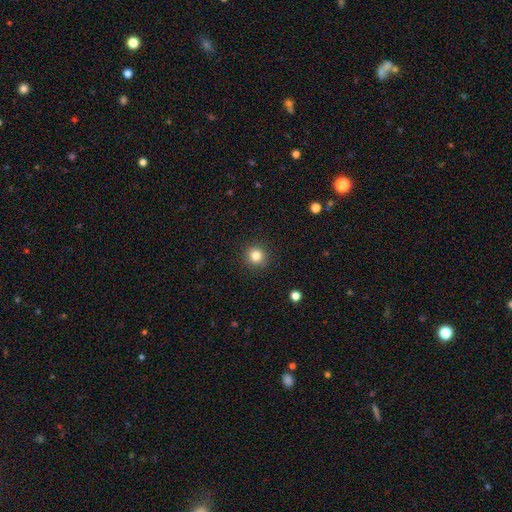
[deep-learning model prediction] Smooth or featured: smooth — 84% (star or artifact — 11%)
How rounded: round — 93% (in between — 6%)
Merging: none — 91% (minor disturbance — 6%)